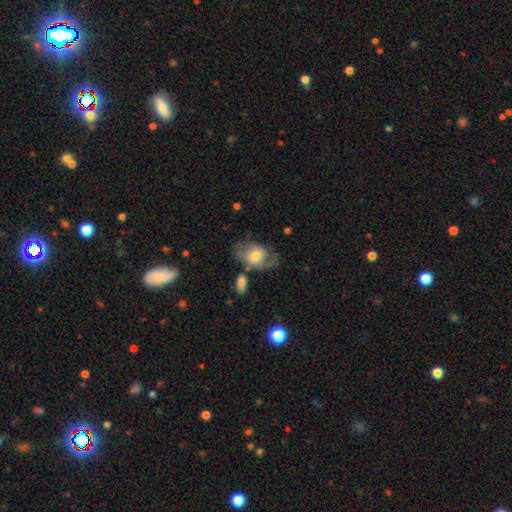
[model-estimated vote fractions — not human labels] Morphology: type=featured or disk (56%); edge-on=no (95%); bar=no (63%); spiral arms=yes (75%); bulge=moderate (57%); merging=none (51%).